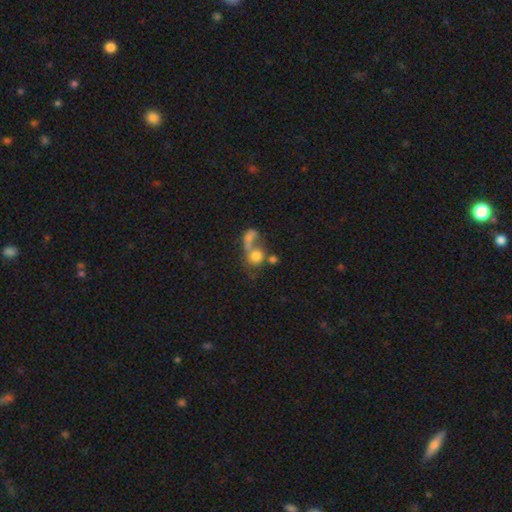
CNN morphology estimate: Smooth or featured?
  - smooth: 65% *
  - featured or disk: 24%
  - star or artifact: 12%
How rounded?
  - round: 71% *
  - in between: 26%
  - cigar-shaped: 2%
Merging?
  - merger: 51% *
  - none: 21%
  - major disturbance: 20%
  - minor disturbance: 8%